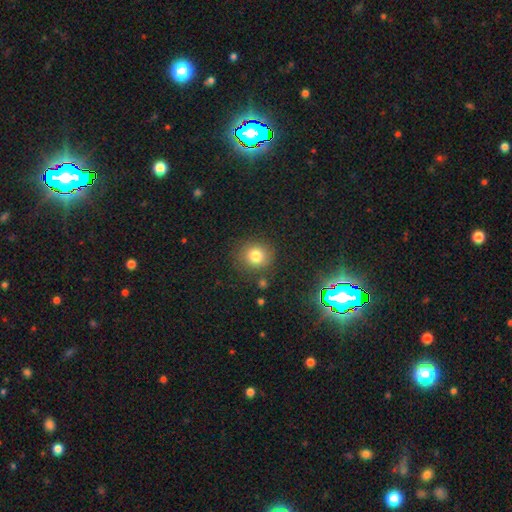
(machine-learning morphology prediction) This appears to be a smooth galaxy with no disk features (80%) that is round (87%). Merging: none (84%).